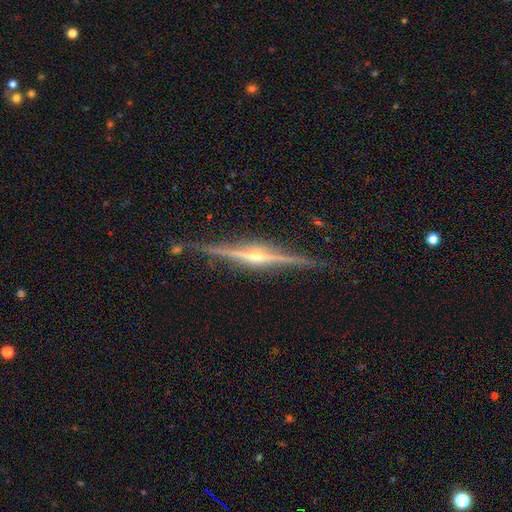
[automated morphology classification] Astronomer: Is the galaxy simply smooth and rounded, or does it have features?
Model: featured or disk — 88%.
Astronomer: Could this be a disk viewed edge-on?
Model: yes — 98%.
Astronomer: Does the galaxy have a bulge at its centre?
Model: rounded — 89%.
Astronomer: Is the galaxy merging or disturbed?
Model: none — 87%.